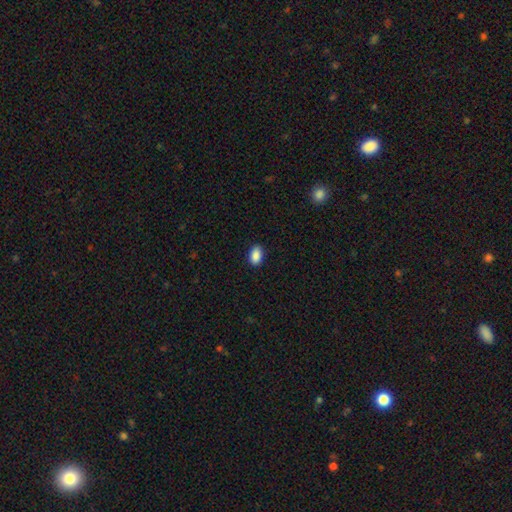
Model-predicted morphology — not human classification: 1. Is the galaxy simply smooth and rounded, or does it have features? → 89% smooth, 8% star or artifact, 3% featured or disk.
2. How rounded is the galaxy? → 89% in between, 10% round, 2% cigar-shaped.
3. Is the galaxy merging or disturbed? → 87% none, 10% minor disturbance, 2% major disturbance, 1% merger.